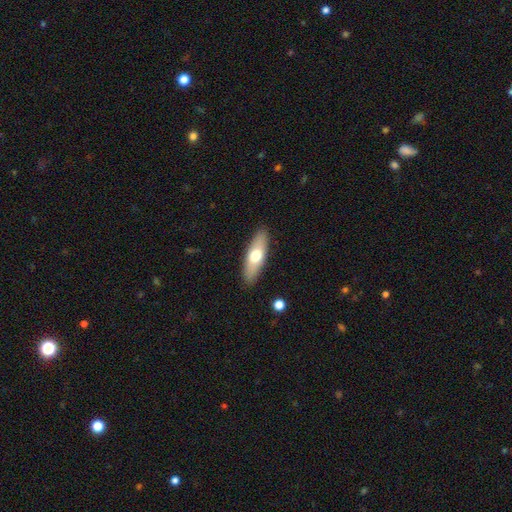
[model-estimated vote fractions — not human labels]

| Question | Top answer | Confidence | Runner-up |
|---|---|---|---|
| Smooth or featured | smooth | 61% | featured or disk (34%) |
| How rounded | in between | 50% | cigar-shaped (47%) |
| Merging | none | 89% | minor disturbance (8%) |